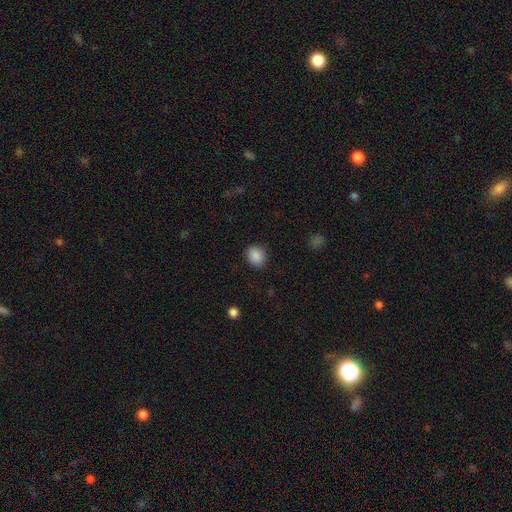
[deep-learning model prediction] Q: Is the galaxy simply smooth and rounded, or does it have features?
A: smooth — 89%.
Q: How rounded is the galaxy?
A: round — 58%.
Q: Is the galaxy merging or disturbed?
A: none — 89%.